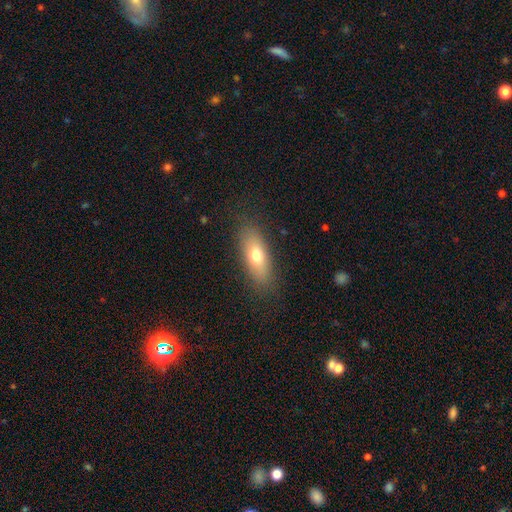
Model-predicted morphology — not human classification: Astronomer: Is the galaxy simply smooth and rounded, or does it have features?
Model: smooth — 70%.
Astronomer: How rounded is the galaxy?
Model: in between — 72%.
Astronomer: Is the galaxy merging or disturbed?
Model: none — 83%.